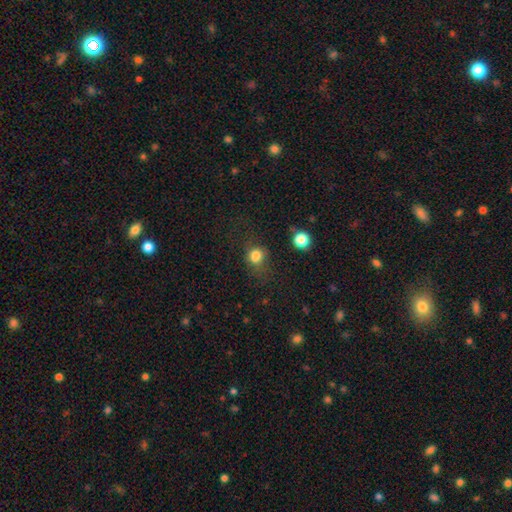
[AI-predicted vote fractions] A smooth galaxy with no disk features (80%) that is round (71%). Merging: none (59%).